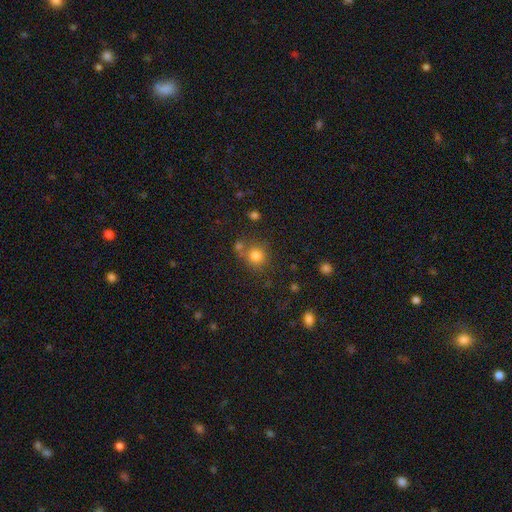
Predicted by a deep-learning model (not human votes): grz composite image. It shows a smooth galaxy with no disk features (79%) that is round (89%). Merging: none (66%).